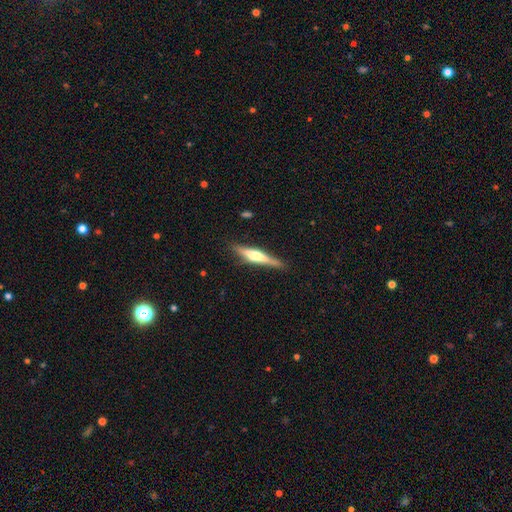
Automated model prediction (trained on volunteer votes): The model was most divided on "smooth or featured": featured or disk: 64%, smooth: 30%, star or artifact: 6%. More confident: edge-on disk — yes (97%); merging — none (86%); edge-on bulge — rounded (73%).